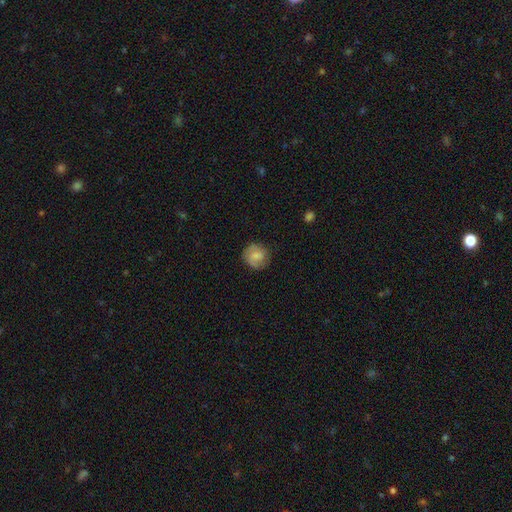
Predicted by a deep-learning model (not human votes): Morphology: type=smooth (57%); roundness=round (84%); merging=none (77%).